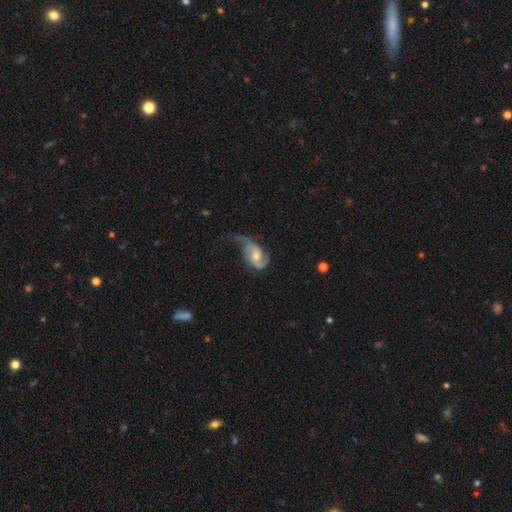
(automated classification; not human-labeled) This is likely a featured or disk galaxy (77%). It is clearly not viewed edge-on (97%). Bar: possibly no (56%). Spiral arm pattern: clearly yes (93%). Spiral arm count: likely 2 (78%). Spiral winding: possibly loose (53%). Central bulge: possibly moderate (54%). Merging: marginally major disturbance (35%).